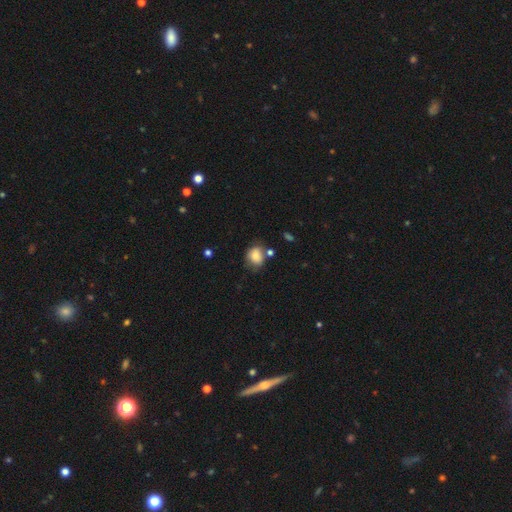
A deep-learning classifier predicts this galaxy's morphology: Overall: smooth (78%). How rounded: round (59%; in between 40%). Merging: none (60%; minor disturbance 22%).